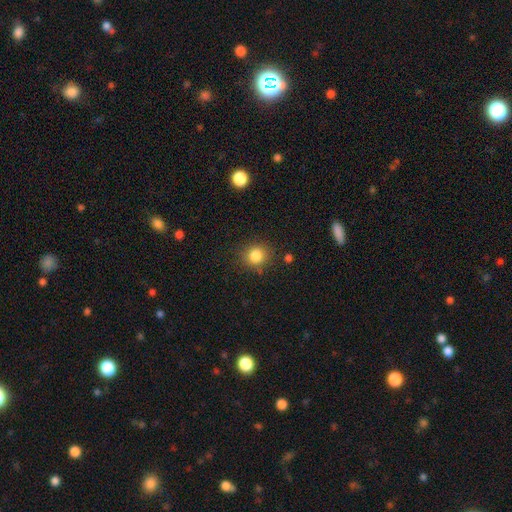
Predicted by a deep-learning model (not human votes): smooth-or-featured: smooth: 84% | star or artifact: 11% | featured or disk: 5%
  how-rounded: round: 84% | in between: 15% | cigar-shaped: 1%
  merging: none: 83% | minor disturbance: 11% | major disturbance: 4% | merger: 3%